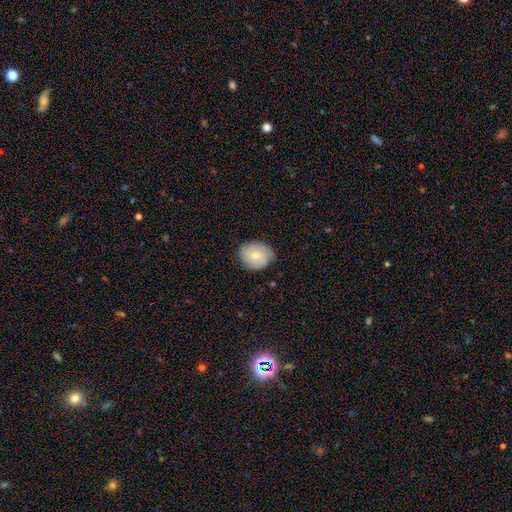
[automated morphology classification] Overall: smooth (65%; featured or disk 28%). How rounded: round (56%; in between 43%). Merging: none (77%).